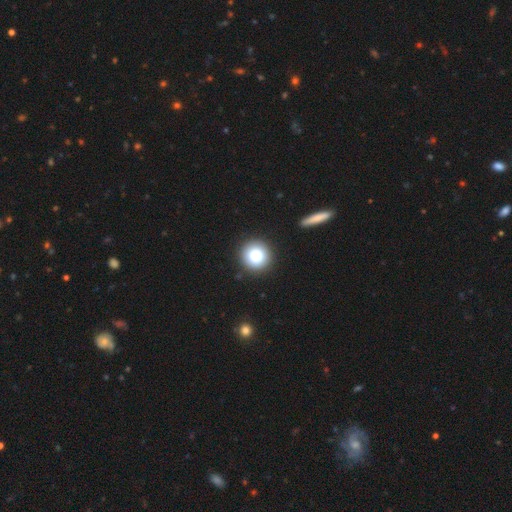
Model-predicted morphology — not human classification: smooth_or_featured: smooth (p=0.82) [alt: star or artifact p=0.10]
how_rounded: round (p=0.94) [alt: in between p=0.05]
merging: none (p=0.91) [alt: minor disturbance p=0.06]